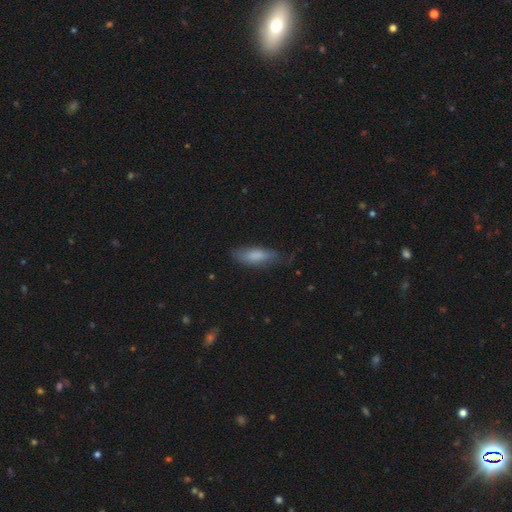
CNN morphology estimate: The model was most divided on "how rounded": in between: 62%, cigar-shaped: 36%, round: 2%. More confident: smooth or featured — smooth (78%); merging — none (64%).